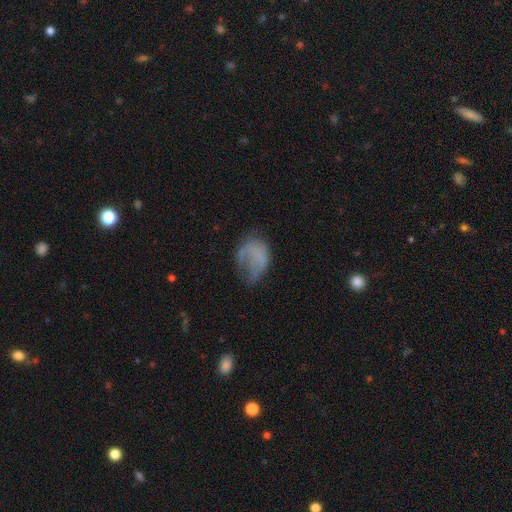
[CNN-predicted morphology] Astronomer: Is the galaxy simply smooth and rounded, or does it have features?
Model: smooth — 47% (runner-up: featured or disk, 41%).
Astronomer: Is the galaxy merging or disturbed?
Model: major disturbance — 44% (runner-up: none, 29%).